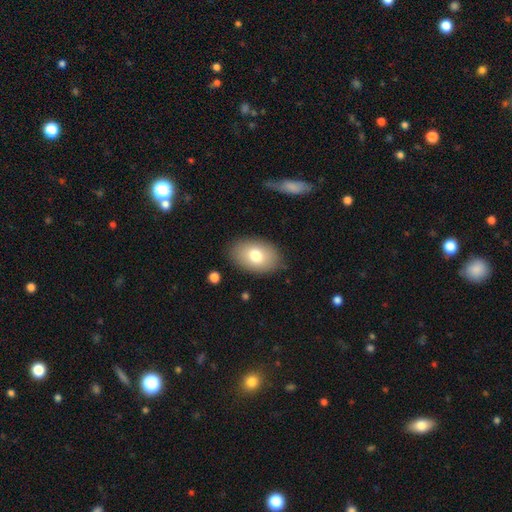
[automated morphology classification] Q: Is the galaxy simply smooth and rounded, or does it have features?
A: smooth — 76%.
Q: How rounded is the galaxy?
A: in between — 87%.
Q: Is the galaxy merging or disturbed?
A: none — 84%.